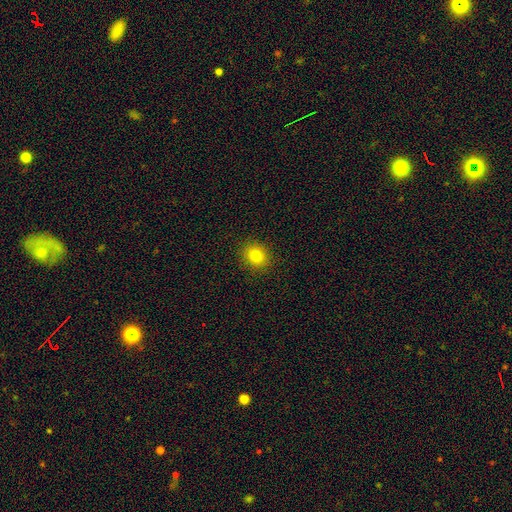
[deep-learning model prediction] Smooth or featured? smooth (80%)
How rounded? round (77%)
Merging? none (91%)